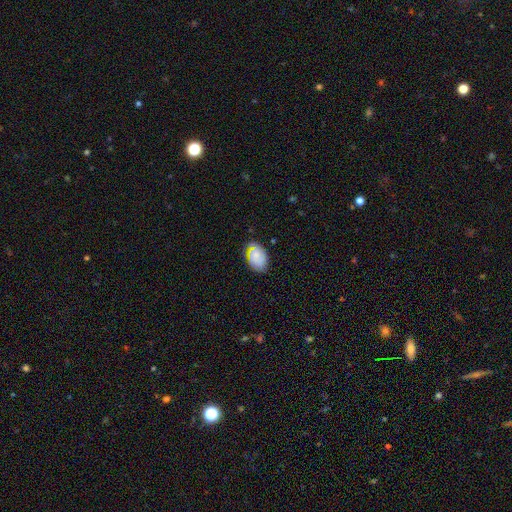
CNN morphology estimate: A smooth galaxy with no disk features (55%) that is in between round and cigar-shaped (85%).

Vote fractions:
- Smooth or featured? smooth: 55% / featured or disk: 36% / star or artifact: 9%
- How rounded? in between: 85% / round: 14% / cigar-shaped: 1%
- Merging? none: 68% / minor disturbance: 24% / major disturbance: 6% / merger: 2%